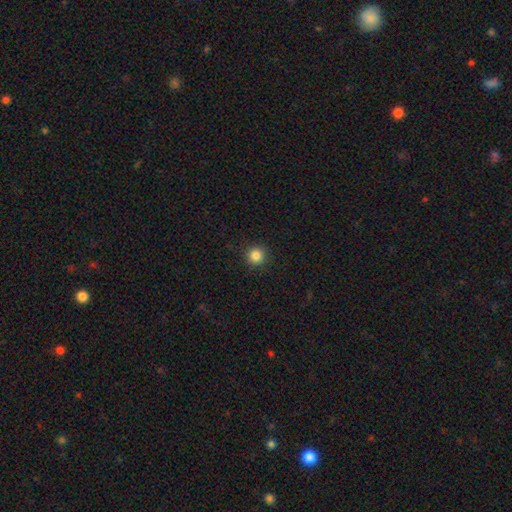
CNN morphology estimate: Smooth or featured?
  - smooth: 85% *
  - star or artifact: 11%
  - featured or disk: 4%
How rounded?
  - round: 95% *
  - in between: 4%
  - cigar-shaped: 1%
Merging?
  - none: 92% *
  - minor disturbance: 5%
  - major disturbance: 2%
  - merger: 1%